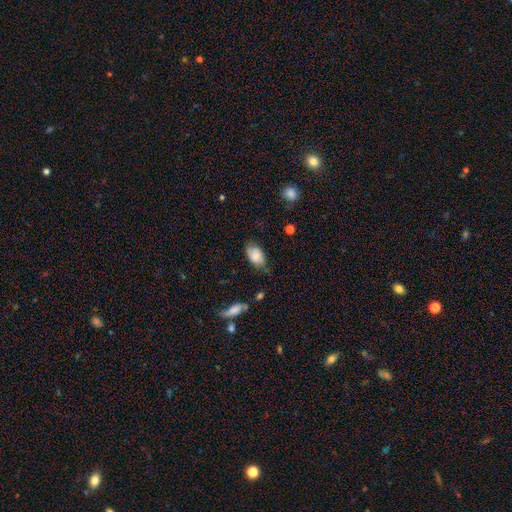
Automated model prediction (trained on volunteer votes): A smooth galaxy with no disk features (72%) that is in between round and cigar-shaped (91%).

Vote fractions:
- Smooth or featured? smooth: 72% / featured or disk: 21% / star or artifact: 8%
- How rounded? in between: 91% / round: 7% / cigar-shaped: 2%
- Merging? none: 60% / minor disturbance: 31% / major disturbance: 7% / merger: 3%